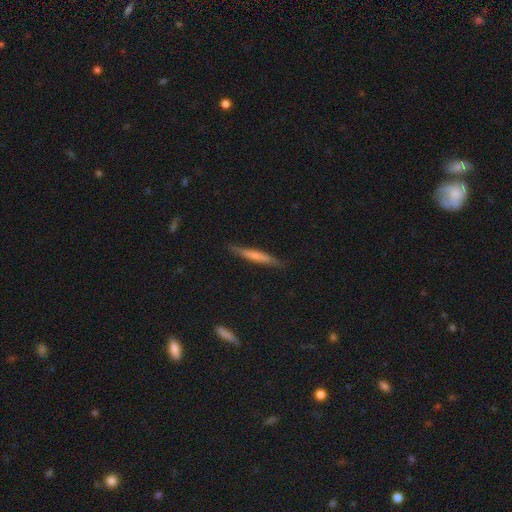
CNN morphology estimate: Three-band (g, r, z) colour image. It shows a smooth galaxy with no disk features (56%) that is cigar-shaped (94%). Merging: none (85%).